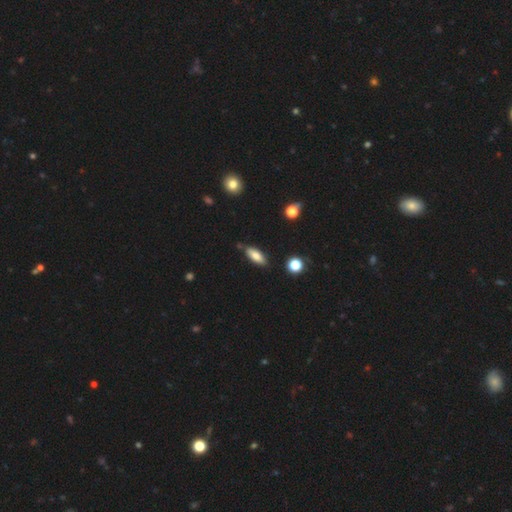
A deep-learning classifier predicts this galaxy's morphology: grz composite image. It shows a smooth galaxy with no disk features (79%) that is in between round and cigar-shaped (72%). Merging: none (78%).